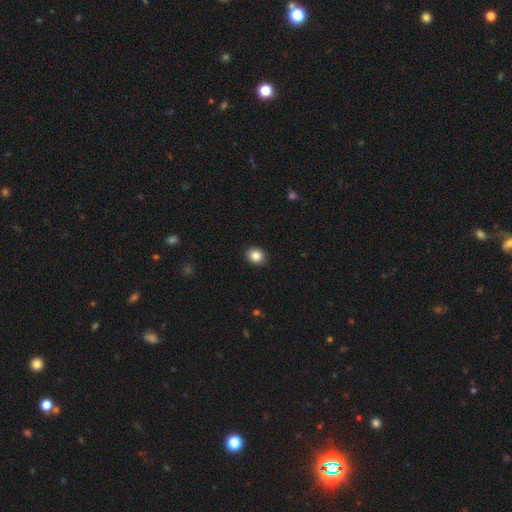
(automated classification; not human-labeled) Overall: smooth (86%). How rounded: round (63%; in between 37%). Merging: none (91%).